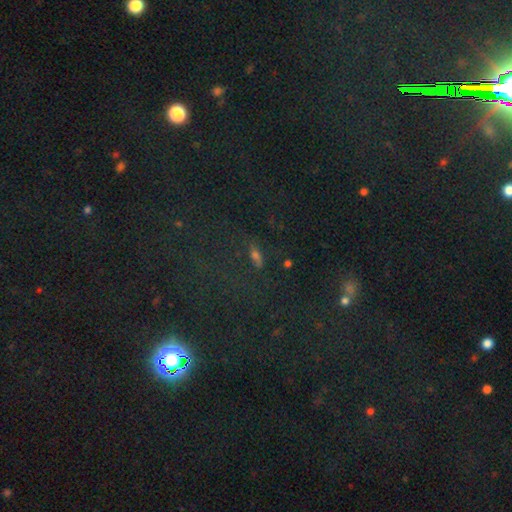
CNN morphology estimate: Smooth or featured? star or artifact (66%)